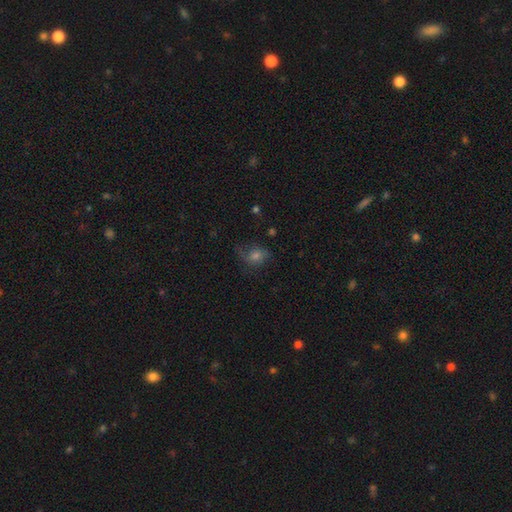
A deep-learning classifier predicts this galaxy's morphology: A smooth galaxy with no disk features (50%) that is round (51%).

Vote fractions:
- Smooth or featured? smooth: 50% / featured or disk: 30% / star or artifact: 20%
- How rounded? round: 51% / in between: 47% / cigar-shaped: 2%
- Merging? none: 56% / minor disturbance: 24% / major disturbance: 18% / merger: 2%